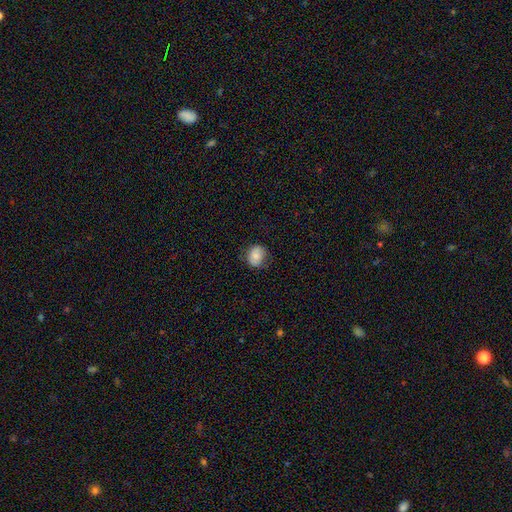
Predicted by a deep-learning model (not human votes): Smooth or featured? Predicted: smooth (p=0.79). How rounded? Predicted: round (p=0.60). Merging? Predicted: none (p=0.74).